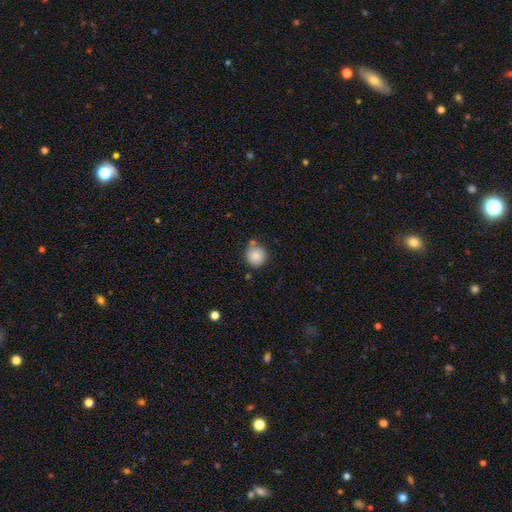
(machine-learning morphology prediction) Smooth or featured?
  - smooth: 86% *
  - star or artifact: 9%
  - featured or disk: 6%
How rounded?
  - round: 91% *
  - in between: 8%
  - cigar-shaped: 1%
Merging?
  - none: 68% *
  - minor disturbance: 17%
  - merger: 11%
  - major disturbance: 4%